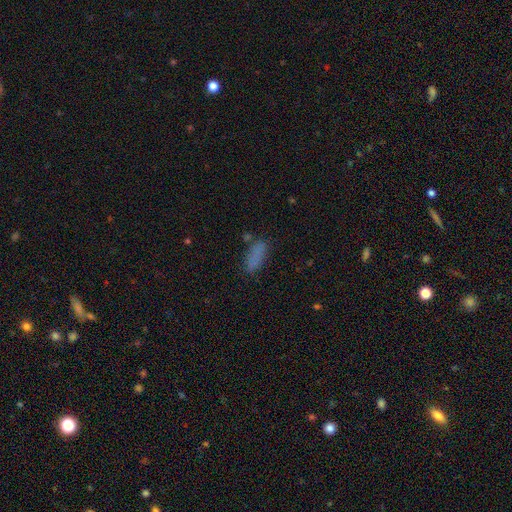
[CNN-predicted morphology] smooth 79%, star or artifact 12%, featured or disk 9%. Down the decision tree: how rounded — in between (65%); merging — none (70%).